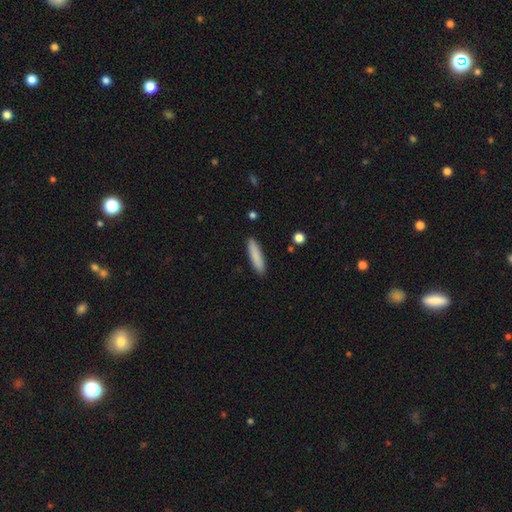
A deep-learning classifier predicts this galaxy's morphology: Overall: smooth (85%). How rounded: cigar-shaped (82%). Merging: none (90%).